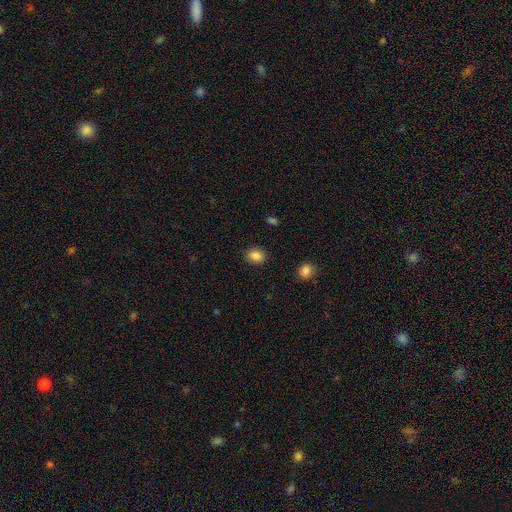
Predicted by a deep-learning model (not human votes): smooth 86%, star or artifact 10%, featured or disk 5%. Down the decision tree: how rounded — round (54%); merging — none (88%).